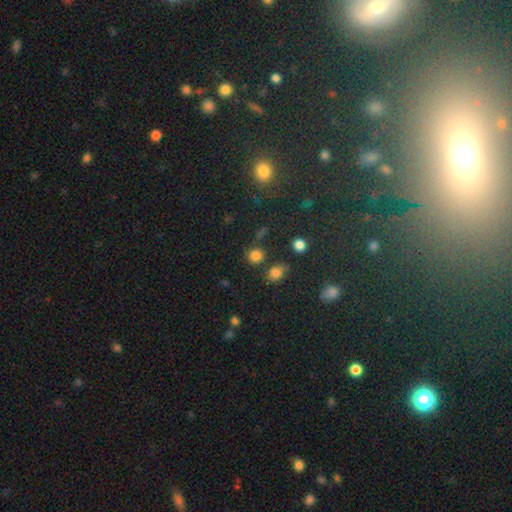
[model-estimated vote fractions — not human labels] Overall: smooth (79%). How rounded: round (85%). Merging: none (76%).